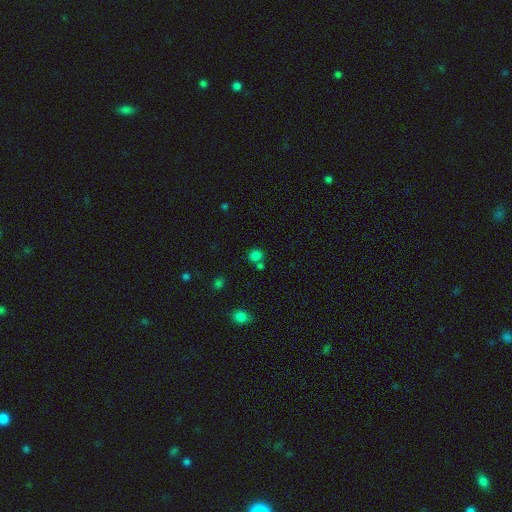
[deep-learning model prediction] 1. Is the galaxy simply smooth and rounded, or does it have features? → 76% smooth, 18% star or artifact, 6% featured or disk.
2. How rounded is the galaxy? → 84% round, 15% in between, 1% cigar-shaped.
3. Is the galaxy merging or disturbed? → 65% none, 22% merger, 9% minor disturbance, 4% major disturbance.